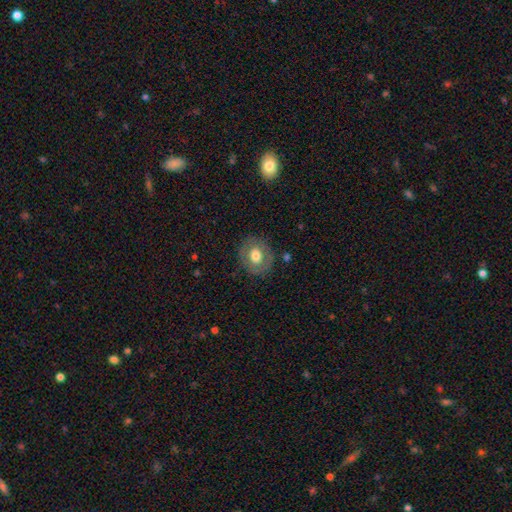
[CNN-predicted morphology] Smooth or featured: smooth — 63% (featured or disk — 30%)
How rounded: round — 64% (in between — 35%)
Merging: none — 83% (minor disturbance — 12%)